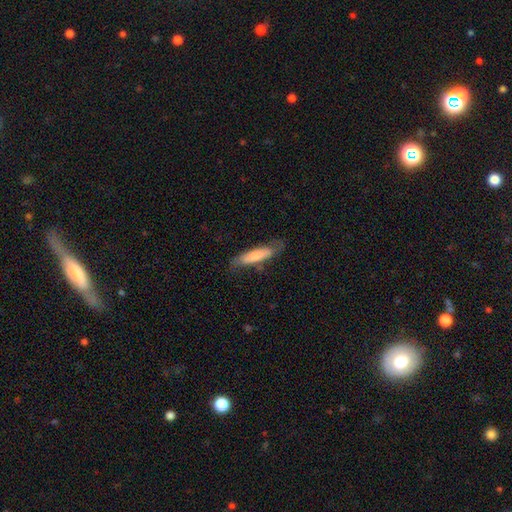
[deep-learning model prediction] Smooth or featured?
  - smooth: 74% *
  - featured or disk: 21%
  - star or artifact: 6%
How rounded?
  - cigar-shaped: 71% *
  - in between: 27%
  - round: 1%
Merging?
  - none: 67% *
  - minor disturbance: 23%
  - major disturbance: 7%
  - merger: 2%